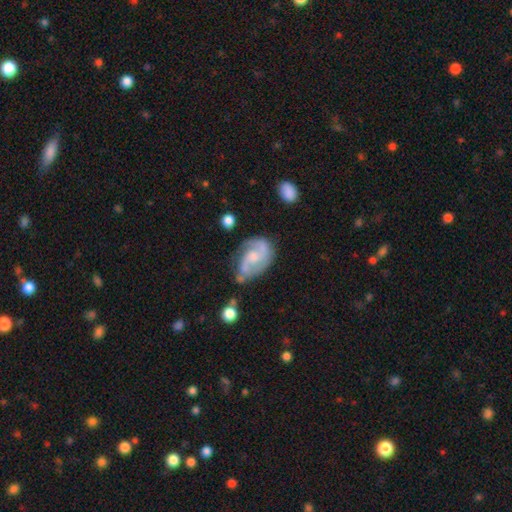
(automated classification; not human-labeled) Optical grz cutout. It shows a featured or disk galaxy (80%) with no bar (53%), 2 (83%) medium (52%) spiral arms (95%) and a moderate central bulge (38%). Merging: none (54%).